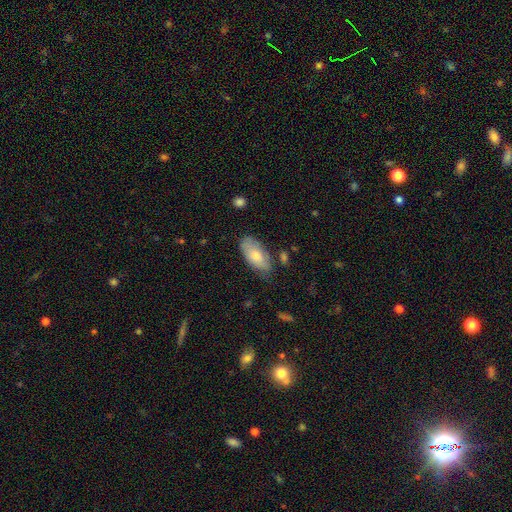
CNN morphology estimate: Smooth or featured?
  - smooth: 73% *
  - featured or disk: 21%
  - star or artifact: 6%
How rounded?
  - in between: 92% *
  - cigar-shaped: 5%
  - round: 3%
Merging?
  - none: 66% *
  - minor disturbance: 25%
  - major disturbance: 6%
  - merger: 3%